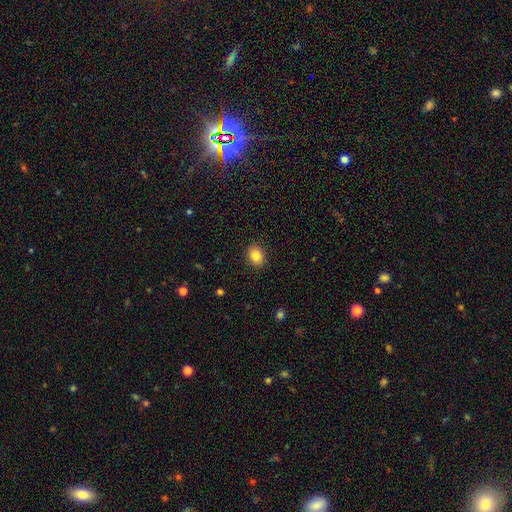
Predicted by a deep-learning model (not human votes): Smooth or featured: smooth — 85% (star or artifact — 9%)
How rounded: in between — 54% (round — 45%)
Merging: none — 89% (minor disturbance — 8%)